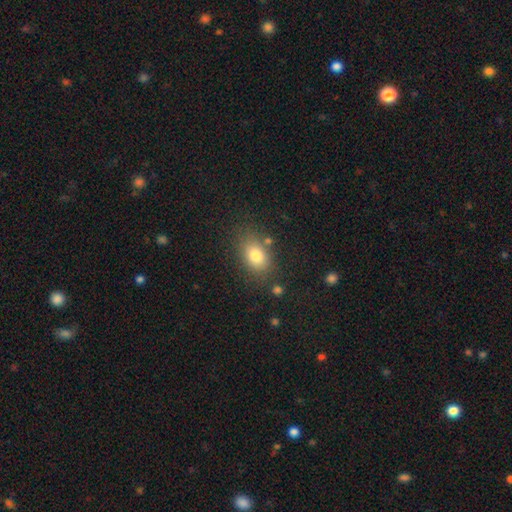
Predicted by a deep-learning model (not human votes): This appears to be a smooth galaxy with no disk features (80%) that is in between round and cigar-shaped (76%). Merging: none (76%).